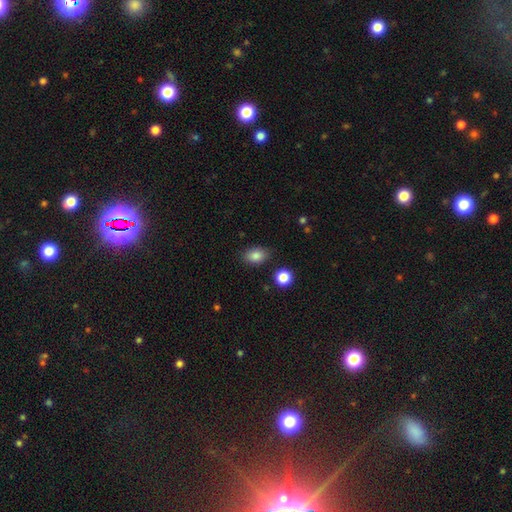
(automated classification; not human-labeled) Morphology: type=smooth (85%); roundness=in between (81%); merging=none (83%).